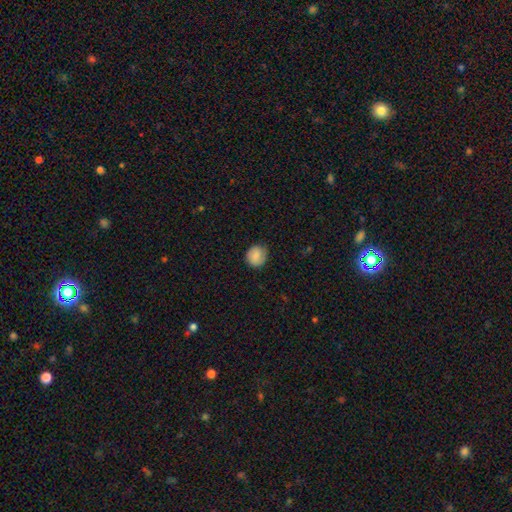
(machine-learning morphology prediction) This appears to be a smooth galaxy with no disk features (80%) that is round (83%). Merging: none (78%).